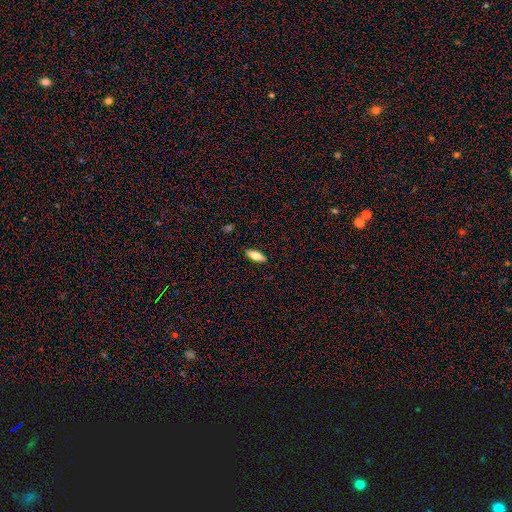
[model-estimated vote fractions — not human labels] This is likely a smooth galaxy (68%). How rounded: likely in between (64%). Merging: clearly none (89%).